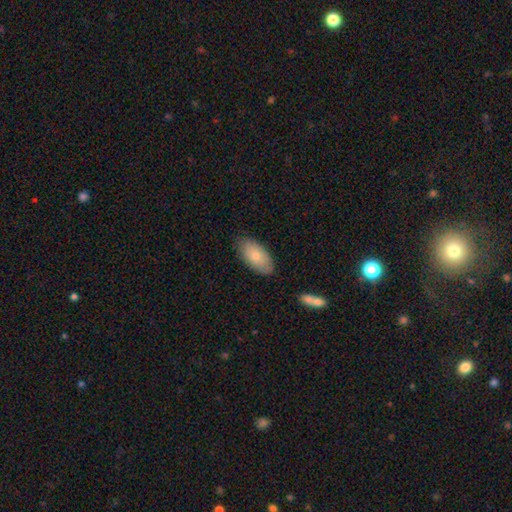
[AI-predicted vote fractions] Smooth or featured? Predicted: smooth (p=0.77). How rounded? Predicted: in between (p=0.94). Merging? Predicted: none (p=0.83).